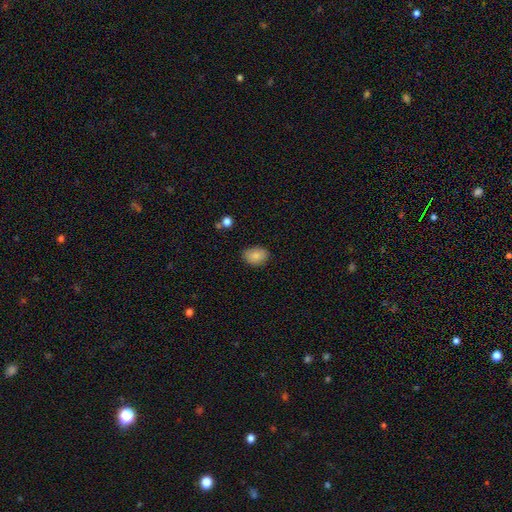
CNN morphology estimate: Q: Smooth or featured?
A: smooth (84%); runner-up: featured or disk (8%)
Q: How rounded?
A: in between (74%); runner-up: round (25%)
Q: Merging?
A: none (83%); runner-up: minor disturbance (13%)